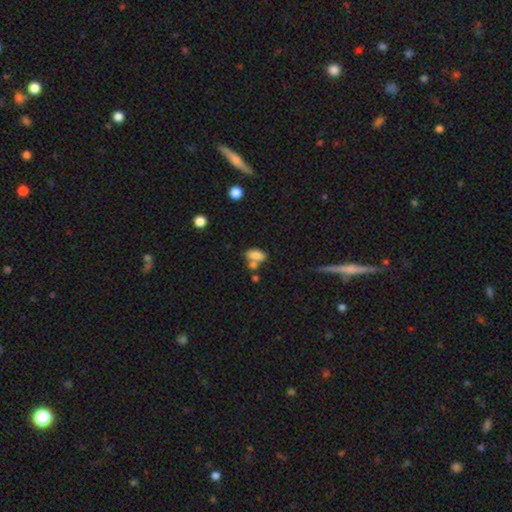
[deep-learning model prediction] smooth 81%, star or artifact 10%, featured or disk 10%. Down the decision tree: how rounded — in between (88%); merging — none (43%).